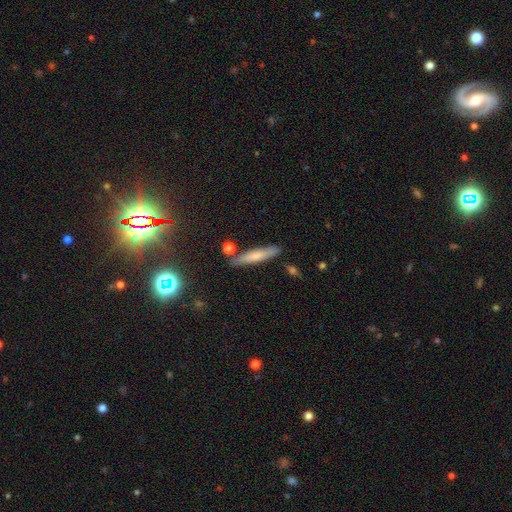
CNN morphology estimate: Smooth or featured? smooth (65%)
How rounded? cigar-shaped (87%)
Merging? none (80%)